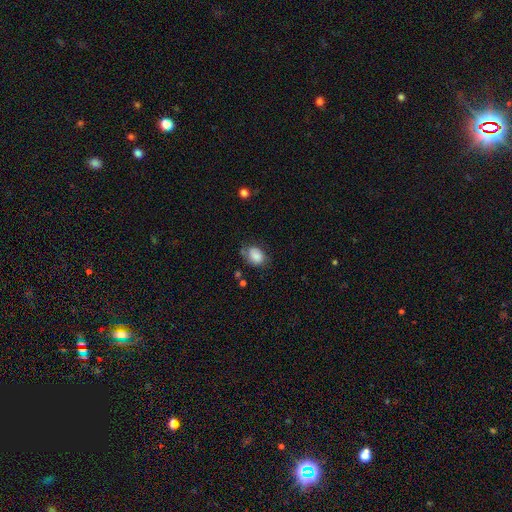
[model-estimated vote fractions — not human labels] Smooth or featured?
  - smooth: 82% *
  - featured or disk: 10%
  - star or artifact: 8%
How rounded?
  - in between: 69% *
  - round: 29%
  - cigar-shaped: 1%
Merging?
  - none: 59% *
  - minor disturbance: 28%
  - major disturbance: 9%
  - merger: 5%